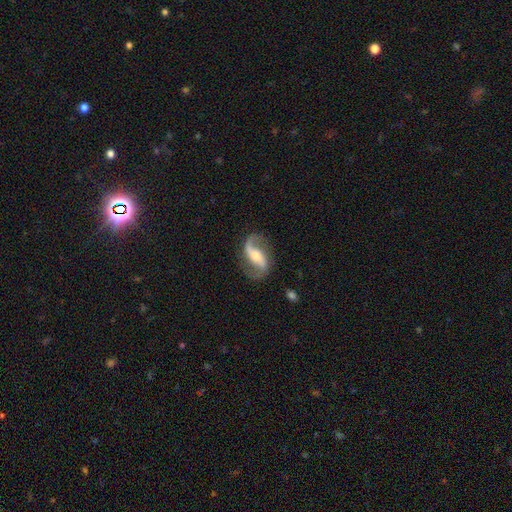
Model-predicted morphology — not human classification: featured or disk 89%, smooth 6%, star or artifact 5%. Down the decision tree: edge-on disk — no (96%); bar — strong (40%); spiral arms — yes (97%); spiral arm count — 2 (92%); spiral winding — loose (56%); bulge size — moderate (54%); merging — none (81%).